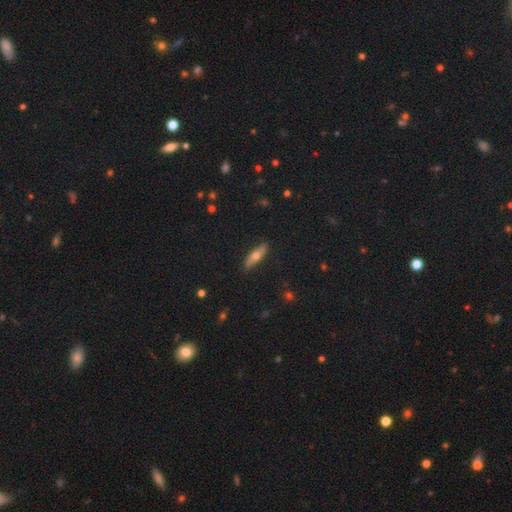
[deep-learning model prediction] Smooth or featured?
  - smooth: 53% *
  - featured or disk: 39%
  - star or artifact: 7%
How rounded?
  - cigar-shaped: 53% *
  - in between: 44%
  - round: 3%
Merging?
  - none: 86% *
  - minor disturbance: 11%
  - major disturbance: 2%
  - merger: 1%